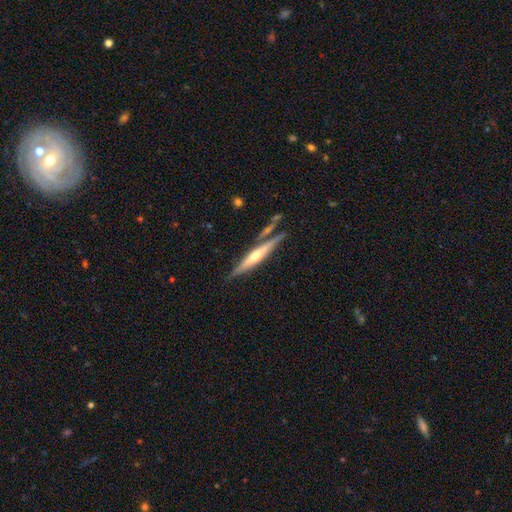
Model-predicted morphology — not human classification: Smooth or featured?
  - featured or disk: 67% *
  - smooth: 26%
  - star or artifact: 6%
Edge-on disk?
  - yes: 96% *
  - no: 4%
Edge-on bulge?
  - rounded: 74% *
  - none: 18%
  - boxy: 8%
Merging?
  - none: 77% *
  - minor disturbance: 12%
  - merger: 9%
  - major disturbance: 3%